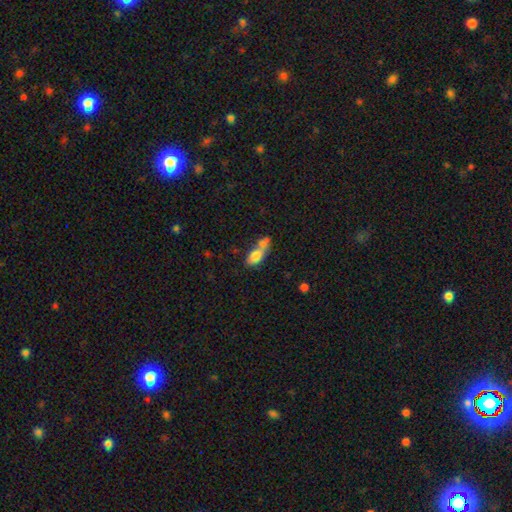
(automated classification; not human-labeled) Smooth or featured? smooth (74%)
How rounded? in between (78%)
Merging? merger (55%)